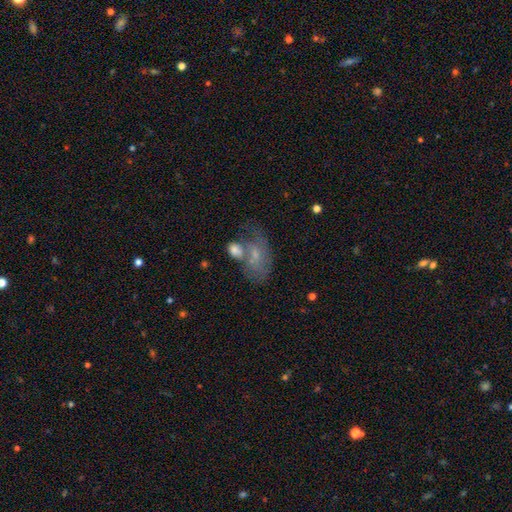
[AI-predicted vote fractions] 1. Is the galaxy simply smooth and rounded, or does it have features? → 46% smooth, 42% featured or disk, 12% star or artifact.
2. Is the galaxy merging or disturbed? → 31% merger, 30% none, 20% major disturbance, 20% minor disturbance.